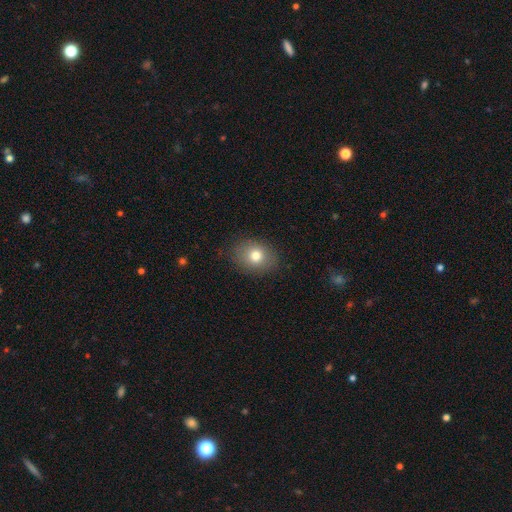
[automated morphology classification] smooth-or-featured: smooth: 78% | featured or disk: 12% | star or artifact: 10%
  how-rounded: in between: 56% | round: 43% | cigar-shaped: 1%
  merging: none: 84% | minor disturbance: 11% | major disturbance: 3% | merger: 1%